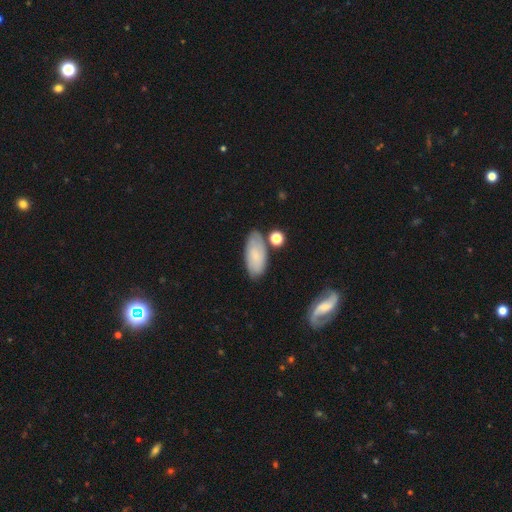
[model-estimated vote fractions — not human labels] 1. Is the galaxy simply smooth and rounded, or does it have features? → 71% smooth, 21% featured or disk, 8% star or artifact.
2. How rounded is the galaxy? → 90% in between, 7% cigar-shaped, 3% round.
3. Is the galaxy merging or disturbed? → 71% none, 18% minor disturbance, 7% merger, 4% major disturbance.